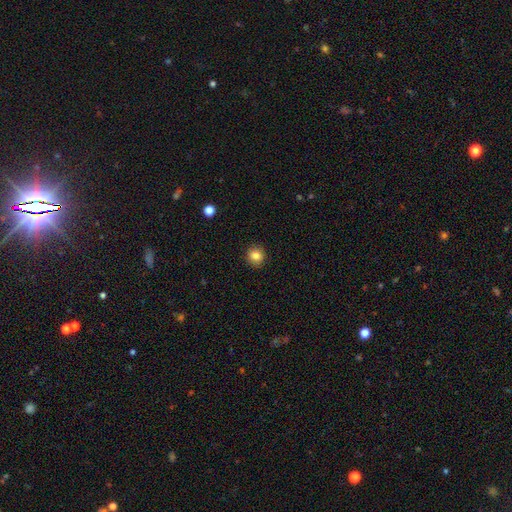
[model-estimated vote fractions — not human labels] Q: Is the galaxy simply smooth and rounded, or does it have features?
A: smooth — 84%.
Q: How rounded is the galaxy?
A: round — 90%.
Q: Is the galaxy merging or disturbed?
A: none — 92%.